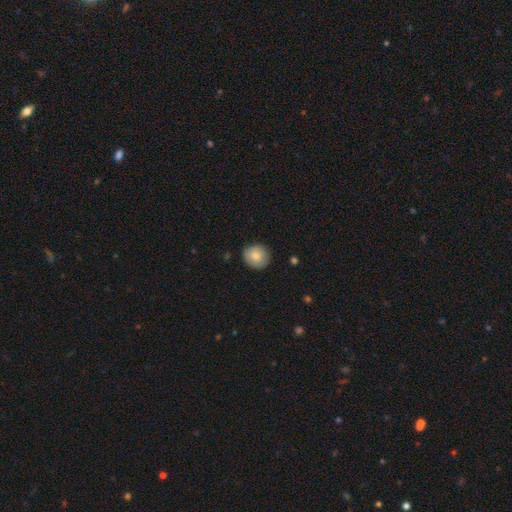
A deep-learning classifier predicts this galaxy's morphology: smooth 77%, featured or disk 16%, star or artifact 7%. Down the decision tree: how rounded — round (84%); merging — none (84%).